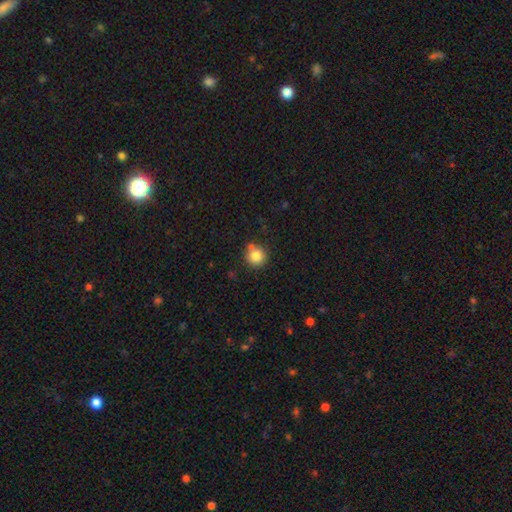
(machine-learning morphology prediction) Smooth or featured? Predicted: smooth (p=0.83). How rounded? Predicted: round (p=0.92). Merging? Predicted: none (p=0.71).